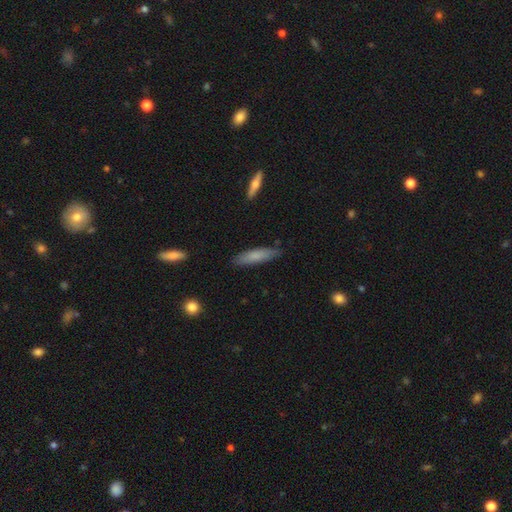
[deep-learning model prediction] A smooth galaxy with no disk features (77%) that is cigar-shaped (76%).

Vote fractions:
- Smooth or featured? smooth: 77% / featured or disk: 17% / star or artifact: 6%
- How rounded? cigar-shaped: 76% / in between: 23% / round: 1%
- Merging? none: 83% / minor disturbance: 13% / major disturbance: 2% / merger: 1%